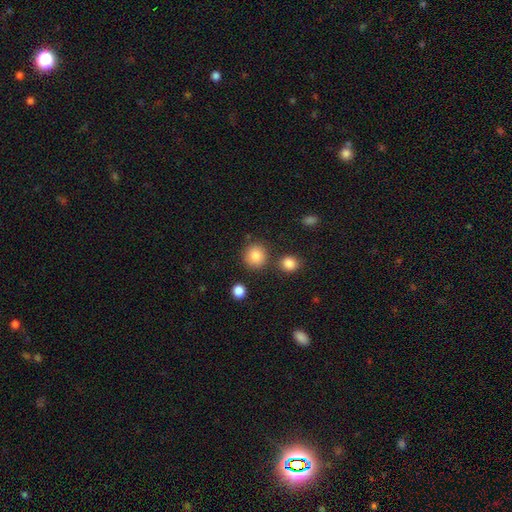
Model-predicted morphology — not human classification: Q: Smooth or featured?
A: smooth (84%); runner-up: star or artifact (10%)
Q: How rounded?
A: round (90%); runner-up: in between (9%)
Q: Merging?
A: none (81%); runner-up: minor disturbance (8%)